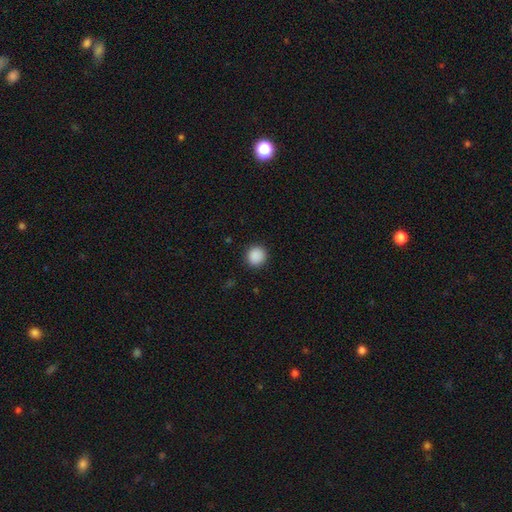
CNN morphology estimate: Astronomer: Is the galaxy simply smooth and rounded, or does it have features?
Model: smooth — 89%.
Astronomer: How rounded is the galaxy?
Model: round — 91%.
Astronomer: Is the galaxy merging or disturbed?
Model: none — 91%.